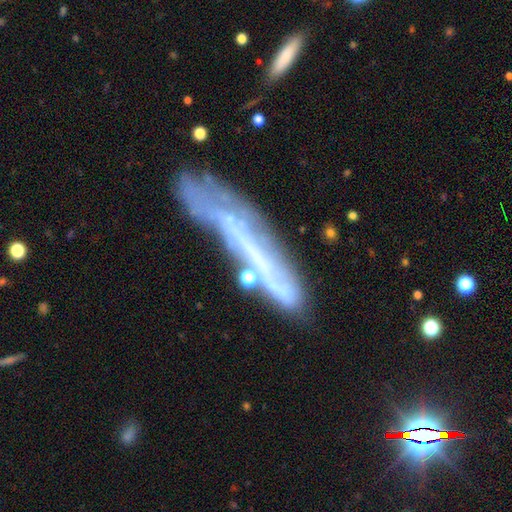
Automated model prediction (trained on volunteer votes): featured or disk 62%, smooth 27%, star or artifact 12%. Down the decision tree: edge-on disk — yes (63%); merging — none (50%).